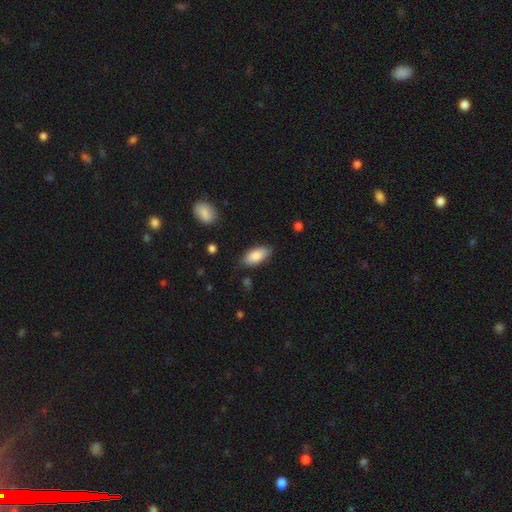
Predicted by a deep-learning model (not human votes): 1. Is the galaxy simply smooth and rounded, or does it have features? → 84% smooth, 10% featured or disk, 6% star or artifact.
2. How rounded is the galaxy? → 90% in between, 8% cigar-shaped, 2% round.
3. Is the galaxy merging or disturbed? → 80% none, 16% minor disturbance, 3% major disturbance, 2% merger.